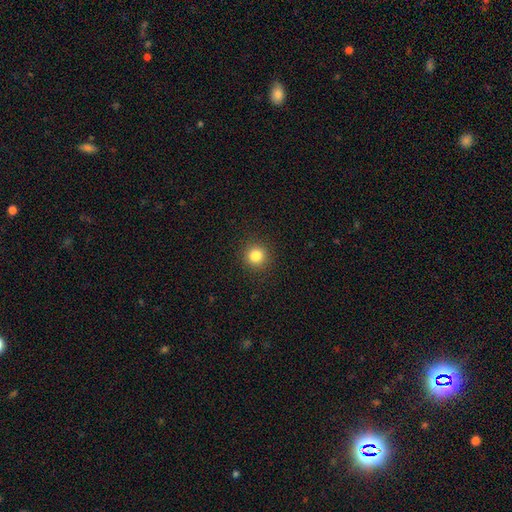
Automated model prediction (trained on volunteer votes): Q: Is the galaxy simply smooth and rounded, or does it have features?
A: smooth — 83%.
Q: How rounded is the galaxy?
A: round — 93%.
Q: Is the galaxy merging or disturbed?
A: none — 92%.